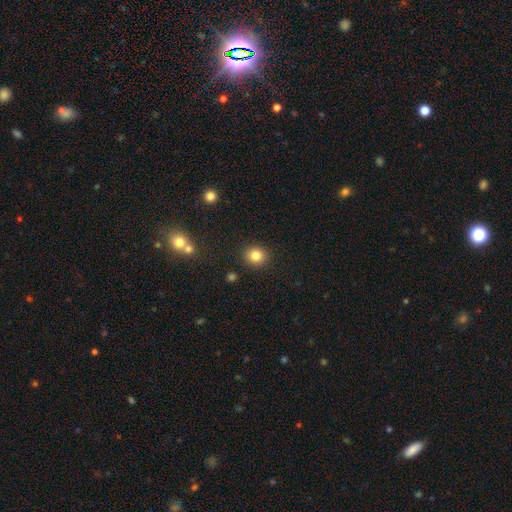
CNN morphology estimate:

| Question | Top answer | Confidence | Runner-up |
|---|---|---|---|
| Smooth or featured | smooth | 83% | star or artifact (11%) |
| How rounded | round | 81% | in between (19%) |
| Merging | none | 89% | minor disturbance (7%) |